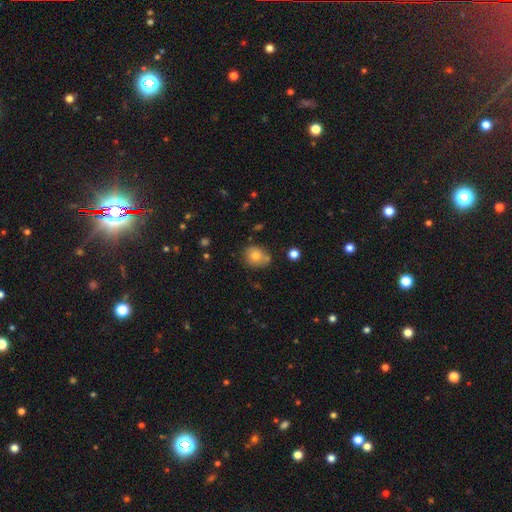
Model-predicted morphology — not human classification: Overall: smooth (77%). How rounded: round (69%; in between 30%). Merging: none (70%).